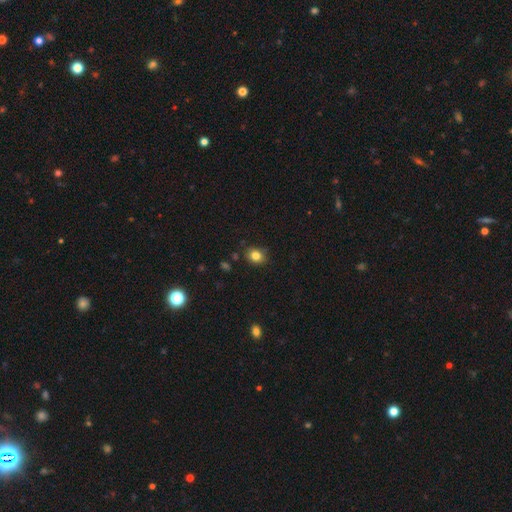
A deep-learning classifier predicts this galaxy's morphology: Smooth or featured? Predicted: smooth (p=0.82). How rounded? Predicted: round (p=0.60). Merging? Predicted: none (p=0.82).